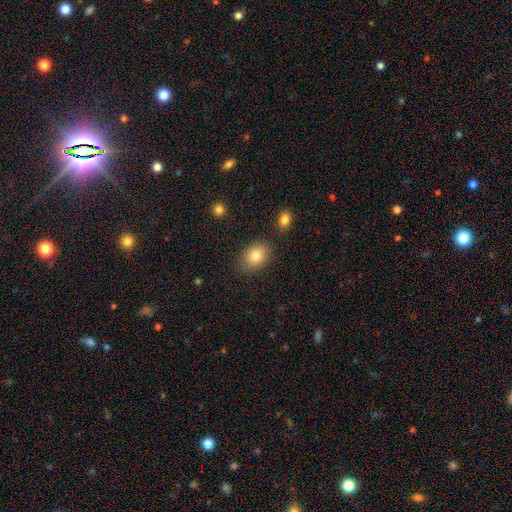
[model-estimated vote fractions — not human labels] Smooth or featured: smooth — 82% (featured or disk — 9%)
How rounded: in between — 65% (round — 34%)
Merging: none — 78% (minor disturbance — 14%)